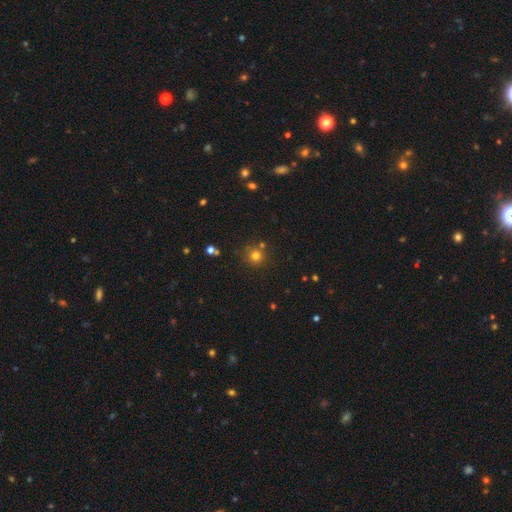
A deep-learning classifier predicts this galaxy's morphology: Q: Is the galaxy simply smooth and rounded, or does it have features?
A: smooth — 76%.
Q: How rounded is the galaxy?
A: round — 93%.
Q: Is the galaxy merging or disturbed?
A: none — 78%.